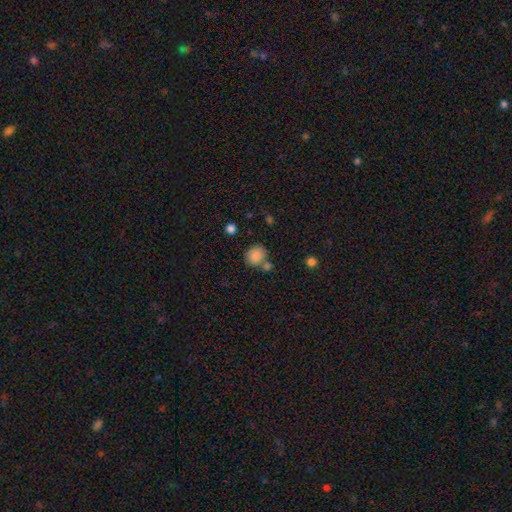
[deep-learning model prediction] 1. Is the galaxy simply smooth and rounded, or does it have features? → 86% smooth, 9% star or artifact, 5% featured or disk.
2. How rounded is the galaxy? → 73% round, 26% in between, 1% cigar-shaped.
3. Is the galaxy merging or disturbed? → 65% none, 18% merger, 13% minor disturbance, 4% major disturbance.